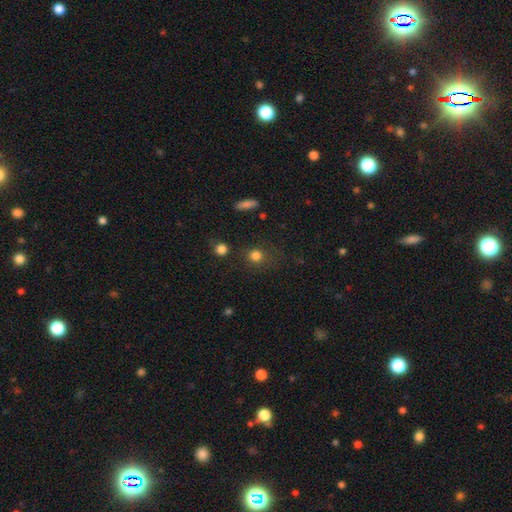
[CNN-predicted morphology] This is clearly a smooth galaxy (81%). How rounded: clearly round (84%). Merging: likely none (75%).